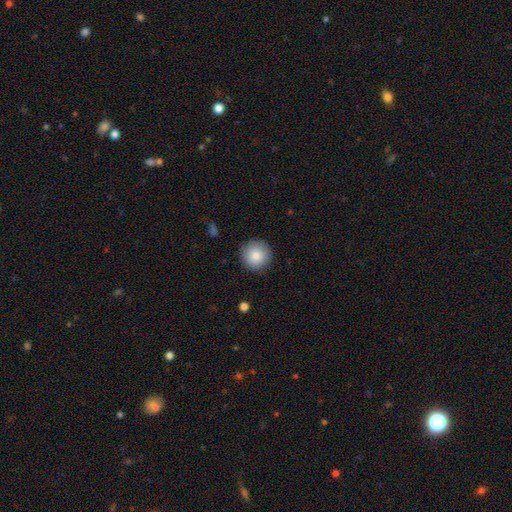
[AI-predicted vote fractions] smooth 85%, star or artifact 8%, featured or disk 7%. Down the decision tree: how rounded — round (95%); merging — none (90%).